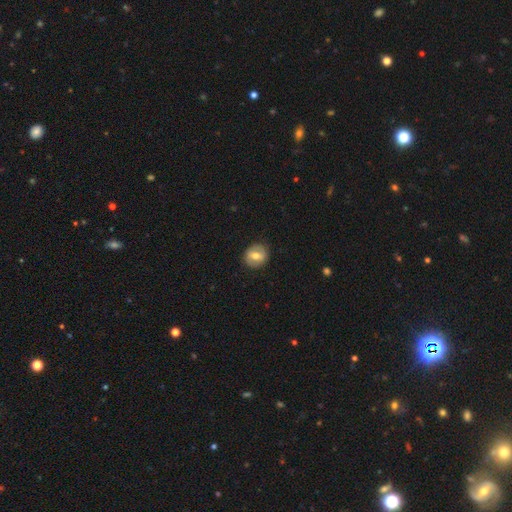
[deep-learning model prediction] Overall: smooth (52%; featured or disk 40%). How rounded: round (76%). Merging: none (87%).